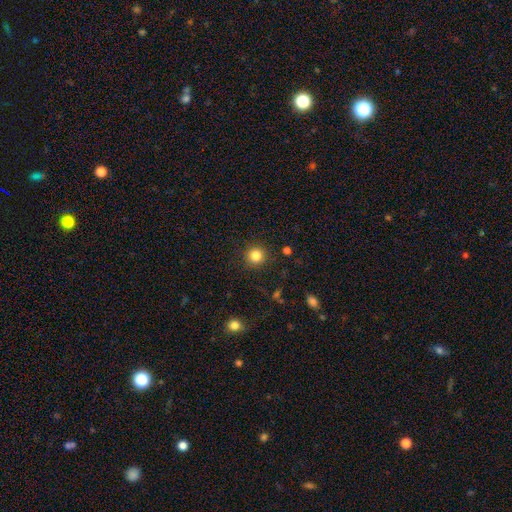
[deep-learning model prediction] Smooth or featured: smooth — 83% (star or artifact — 11%)
How rounded: round — 95% (in between — 4%)
Merging: none — 91% (minor disturbance — 5%)